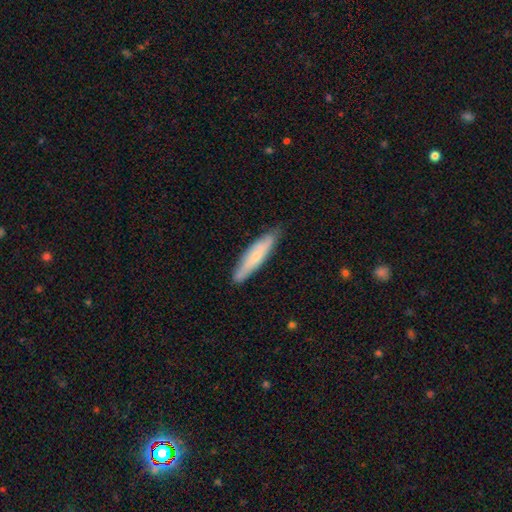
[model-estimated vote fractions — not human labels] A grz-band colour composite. It shows a smooth galaxy with no disk features (59%) that is cigar-shaped (80%). Merging: none (81%).